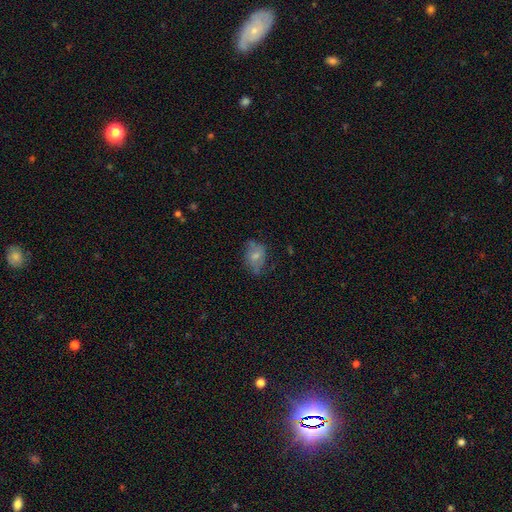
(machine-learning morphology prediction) The model was most divided on "merging": none: 54%, minor disturbance: 30%, major disturbance: 13%, merger: 3%. More confident: how rounded — in between (70%); smooth or featured — smooth (62%).